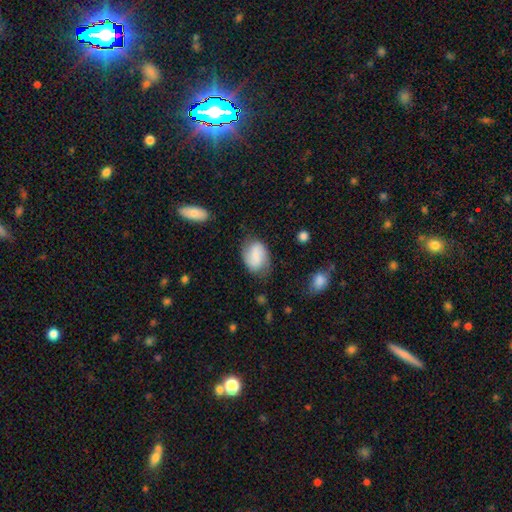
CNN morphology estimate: smooth-or-featured: smooth: 54% | featured or disk: 39% | star or artifact: 8%
  how-rounded: in between: 76% | round: 22% | cigar-shaped: 1%
  merging: none: 69% | minor disturbance: 22% | major disturbance: 7% | merger: 2%